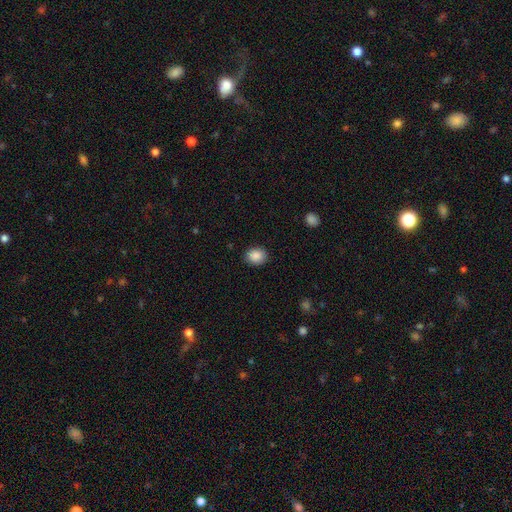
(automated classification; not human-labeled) This appears to be a smooth galaxy with no disk features (88%) that is round (56%). Merging: none (89%).